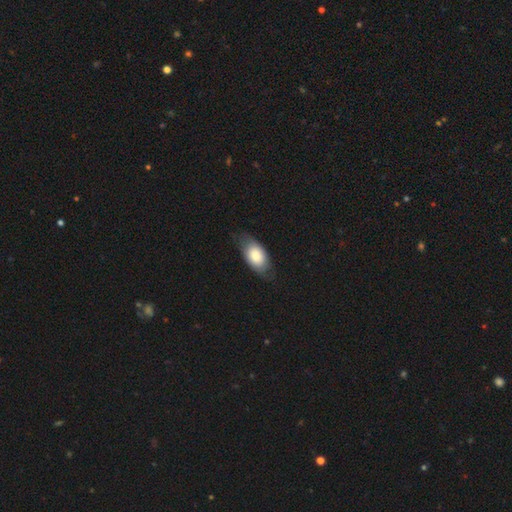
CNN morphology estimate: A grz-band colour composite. It shows a smooth galaxy with no disk features (76%) that is in between round and cigar-shaped (92%). Merging: none (71%).